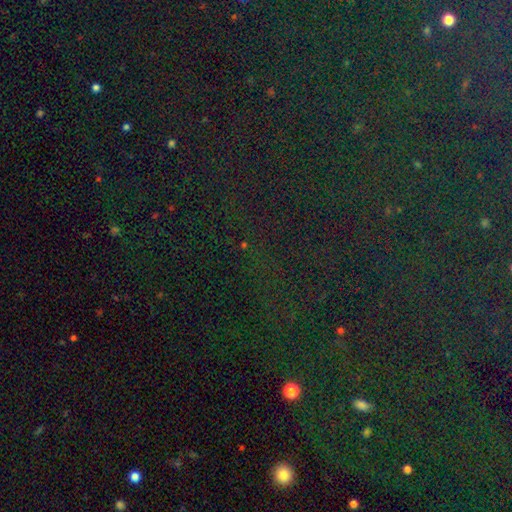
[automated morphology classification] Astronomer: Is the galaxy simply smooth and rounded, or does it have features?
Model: star or artifact — 83%.